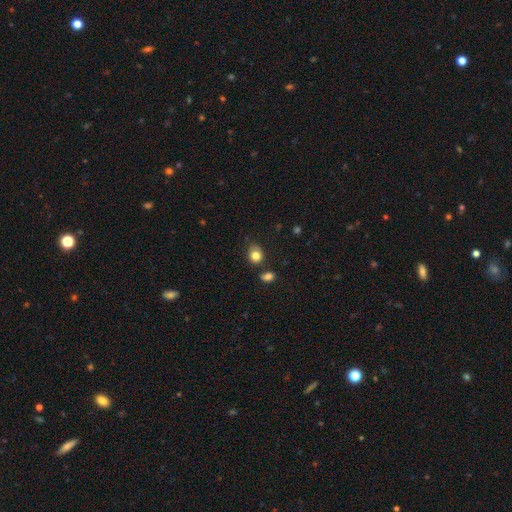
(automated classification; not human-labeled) Morphology: type=smooth (82%); roundness=round (59%); merging=none (69%).